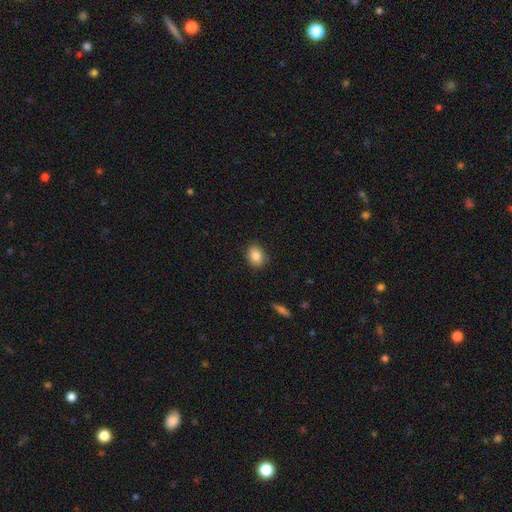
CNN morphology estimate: smooth 85%, star or artifact 8%, featured or disk 6%. Down the decision tree: how rounded — in between (51%); merging — none (85%).